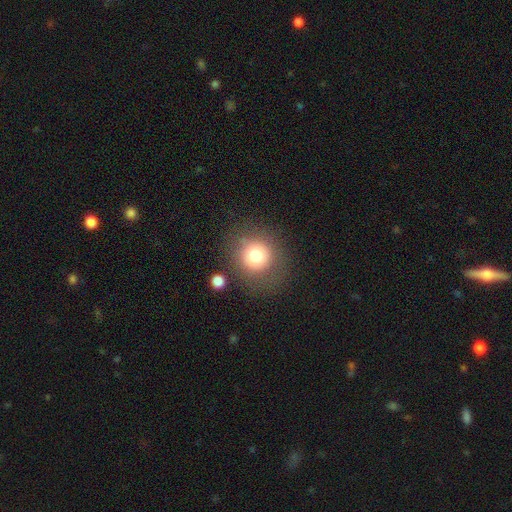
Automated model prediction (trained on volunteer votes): Overall: smooth (77%). How rounded: round (89%). Merging: none (75%).